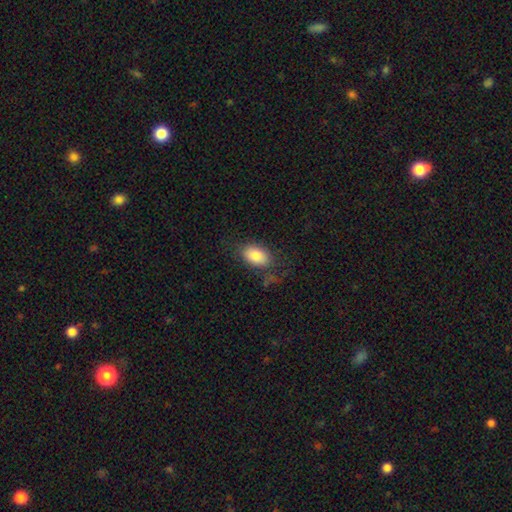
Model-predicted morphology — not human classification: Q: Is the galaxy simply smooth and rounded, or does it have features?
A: smooth — 83%.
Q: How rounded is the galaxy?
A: in between — 90%.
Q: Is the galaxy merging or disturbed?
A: none — 70%.